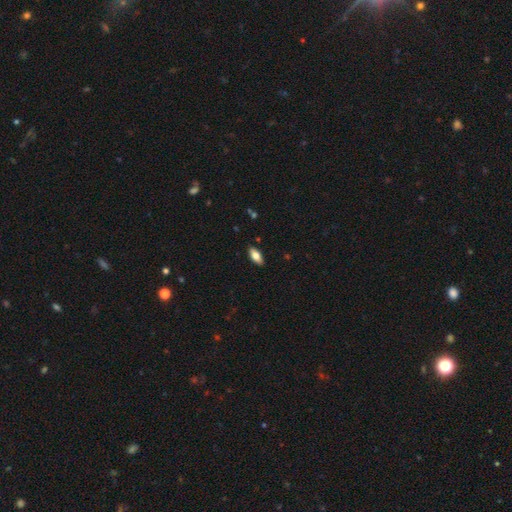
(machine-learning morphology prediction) This appears to be a smooth galaxy with no disk features (77%) that is in between round and cigar-shaped (88%). Merging: none (89%).